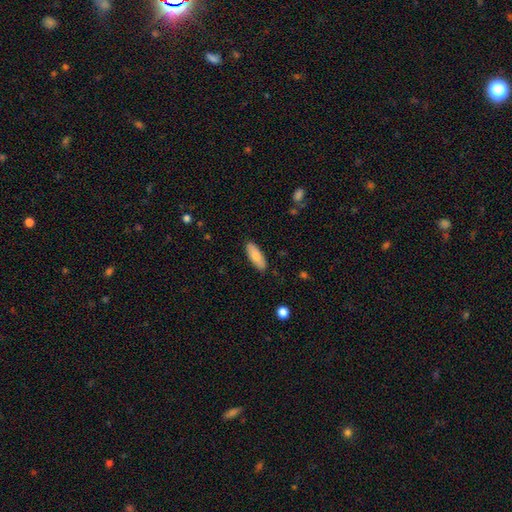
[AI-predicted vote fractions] Smooth or featured? Predicted: smooth (p=0.79). How rounded? Predicted: in between (p=0.72). Merging? Predicted: none (p=0.88).